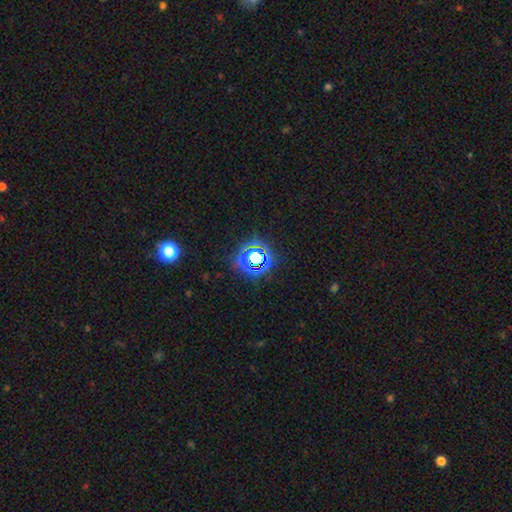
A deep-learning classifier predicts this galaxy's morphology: This appears to be a star or artifact, not a galaxy (71%).